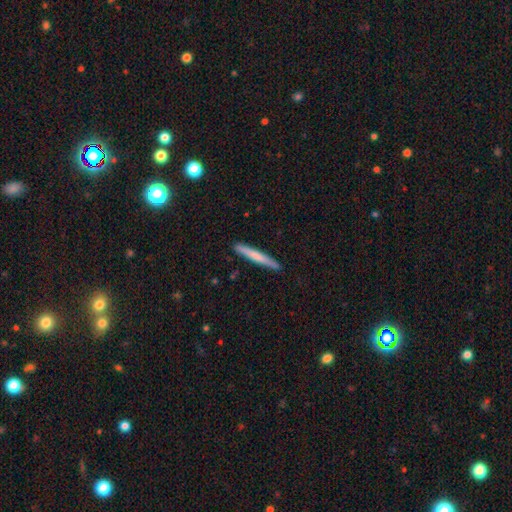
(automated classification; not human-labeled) Smooth or featured? smooth (66%)
How rounded? cigar-shaped (96%)
Merging? none (91%)